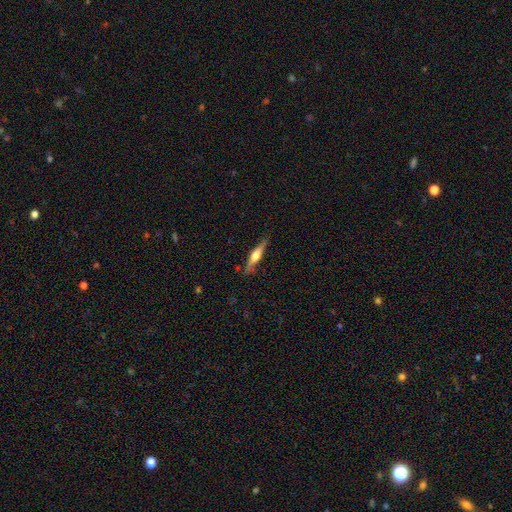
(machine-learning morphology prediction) smooth_or_featured: featured or disk (p=0.61) [alt: smooth p=0.33]
disk_edge_on: yes (p=0.96) [alt: no p=0.04]
edge_on_bulge: rounded (p=0.88) [alt: boxy p=0.08]
merging: none (p=0.83) [alt: minor disturbance p=0.13]